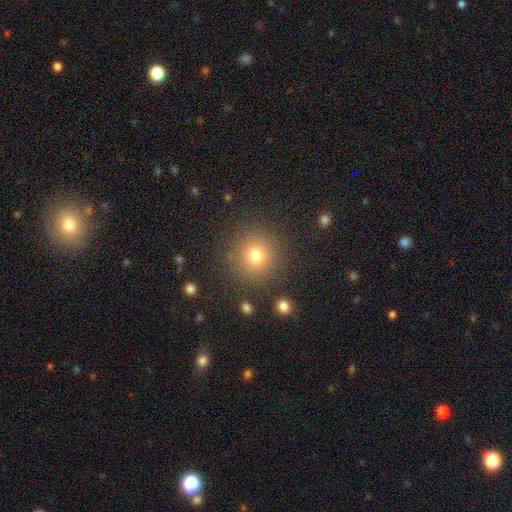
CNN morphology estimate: smooth-or-featured: smooth: 74% | star or artifact: 17% | featured or disk: 10%
  how-rounded: round: 92% | in between: 7% | cigar-shaped: 1%
  merging: none: 86% | minor disturbance: 8% | major disturbance: 4% | merger: 2%